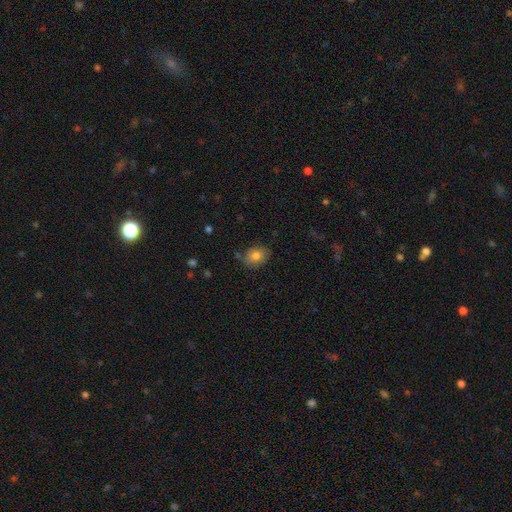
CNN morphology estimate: Smooth or featured? smooth (81%)
How rounded? in between (62%)
Merging? none (76%)